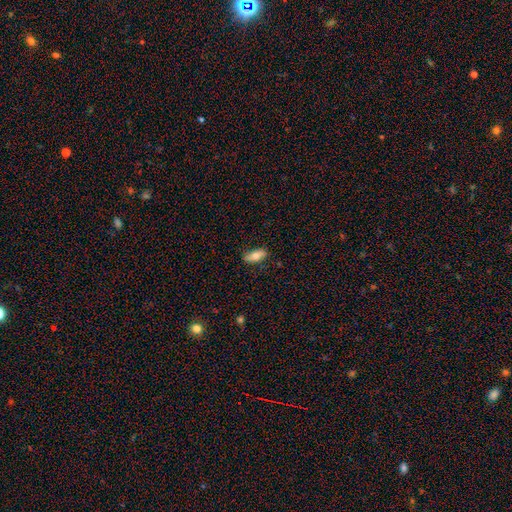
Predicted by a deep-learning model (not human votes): Smooth or featured? smooth (74%)
How rounded? in between (82%)
Merging? none (81%)